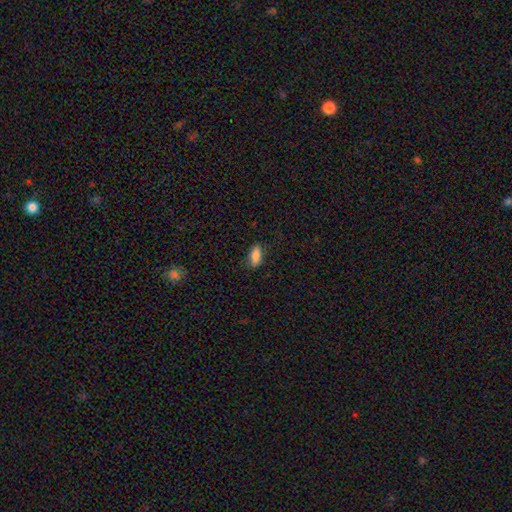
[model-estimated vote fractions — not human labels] Smooth or featured? smooth (86%)
How rounded? in between (82%)
Merging? none (81%)